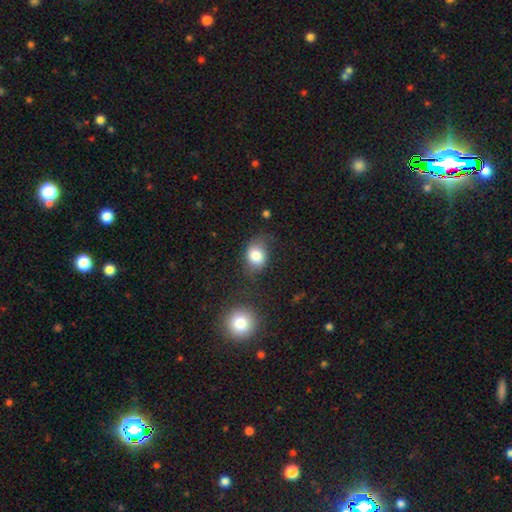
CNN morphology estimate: The model was most divided on "how rounded": in between: 54%, round: 44%, cigar-shaped: 1%. More confident: smooth or featured — smooth (81%); merging — none (58%).